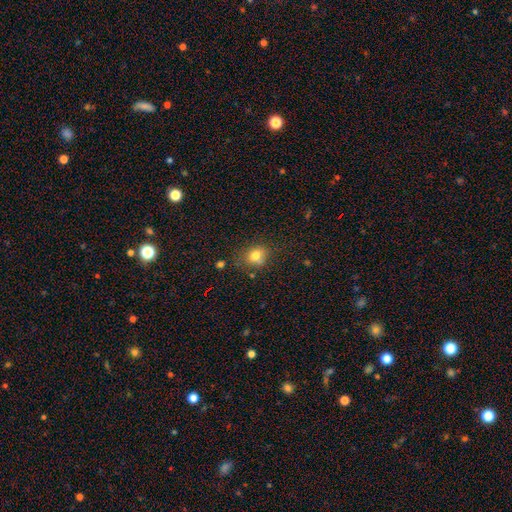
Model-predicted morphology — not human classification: smooth-or-featured: smooth: 78% | star or artifact: 13% | featured or disk: 9%
  how-rounded: round: 63% | in between: 36% | cigar-shaped: 1%
  merging: none: 70% | minor disturbance: 19% | merger: 6% | major disturbance: 5%